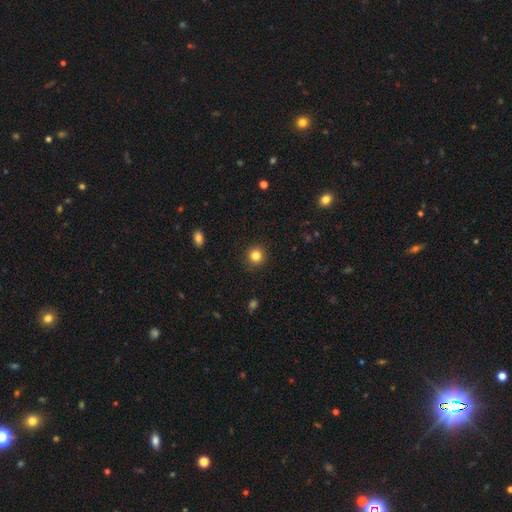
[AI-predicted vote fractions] Morphology: type=smooth (83%); roundness=round (93%); merging=none (91%).